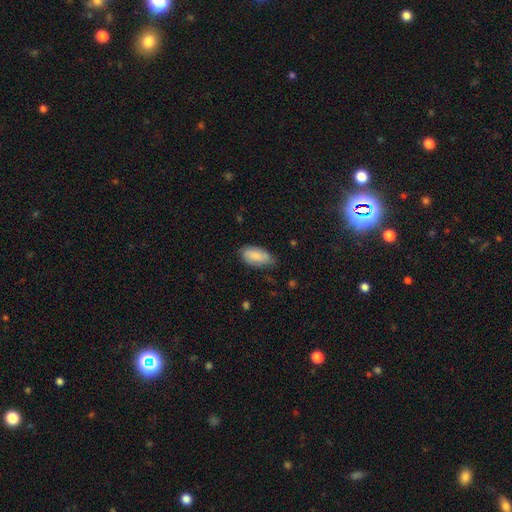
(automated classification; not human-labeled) This appears to be a smooth galaxy with no disk features (81%) that is in between round and cigar-shaped (93%). Merging: none (65%).